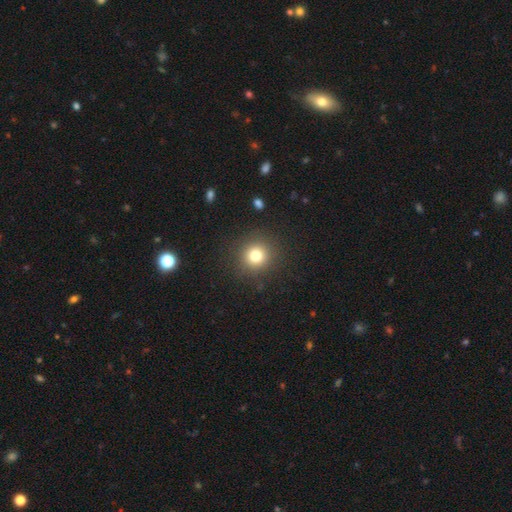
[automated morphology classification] A smooth galaxy with no disk features (78%) that is round (94%).

Vote fractions:
- Smooth or featured? smooth: 78% / star or artifact: 14% / featured or disk: 8%
- How rounded? round: 94% / in between: 5% / cigar-shaped: 1%
- Merging? none: 90% / minor disturbance: 6% / major disturbance: 3% / merger: 1%